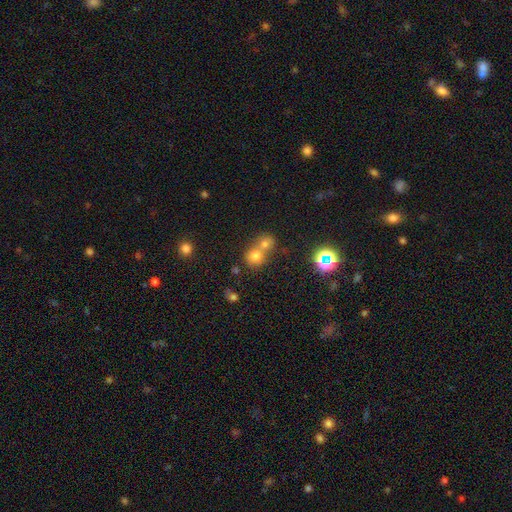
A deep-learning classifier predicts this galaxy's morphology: Smooth or featured? smooth (70%)
How rounded? round (80%)
Merging? merger (58%)